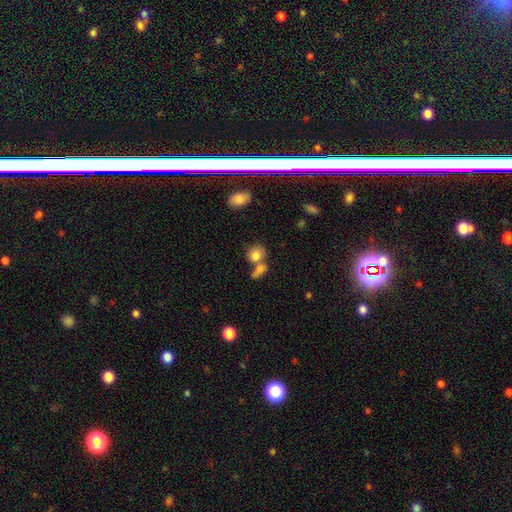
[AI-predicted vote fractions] smooth-or-featured: smooth: 82% | featured or disk: 10% | star or artifact: 9%
  how-rounded: round: 66% | in between: 32% | cigar-shaped: 2%
  merging: none: 47% | merger: 37% | minor disturbance: 11% | major disturbance: 5%